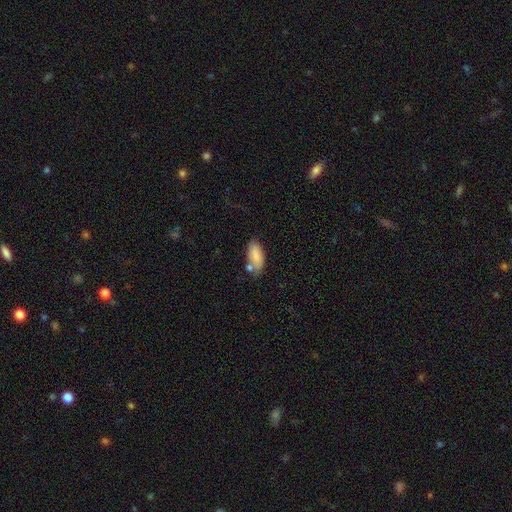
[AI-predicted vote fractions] Morphology: type=smooth (83%); roundness=in between (87%); merging=none (57%).